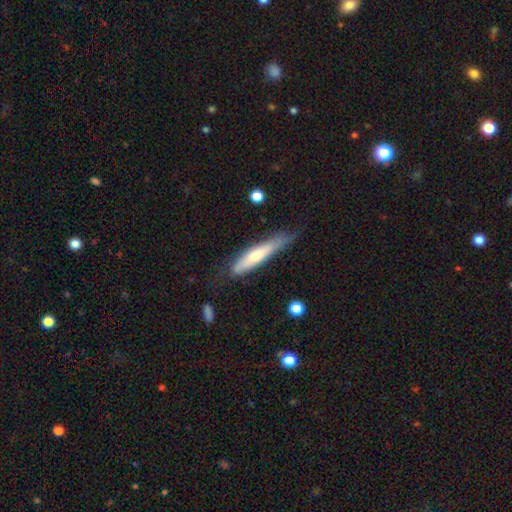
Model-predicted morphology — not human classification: A smooth galaxy with no disk features (49%).

Vote fractions:
- Smooth or featured? smooth: 49% / featured or disk: 44% / star or artifact: 7%
- Merging? none: 67% / minor disturbance: 24% / major disturbance: 6% / merger: 2%